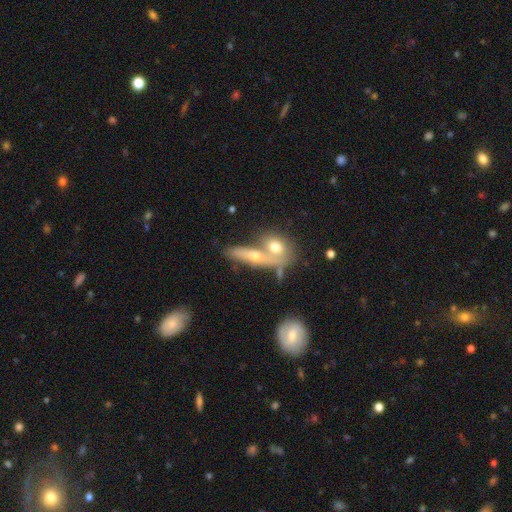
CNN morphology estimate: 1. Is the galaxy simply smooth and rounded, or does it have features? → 46% featured or disk, 34% smooth, 20% star or artifact.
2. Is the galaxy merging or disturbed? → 45% none, 36% merger, 11% minor disturbance, 8% major disturbance.